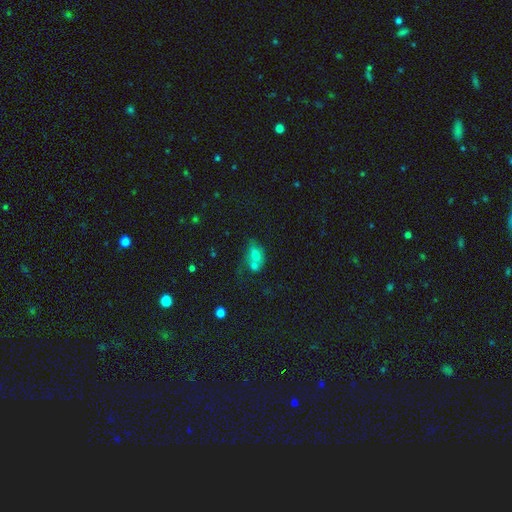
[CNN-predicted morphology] smooth 62%, featured or disk 22%, star or artifact 16%. Down the decision tree: how rounded — in between (75%); merging — merger (54%).